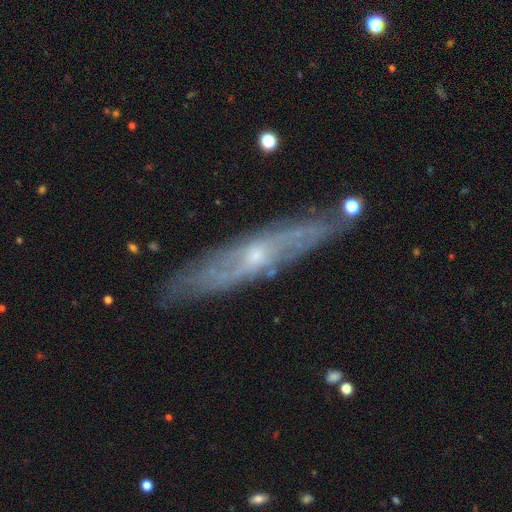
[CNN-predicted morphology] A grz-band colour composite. It shows a featured or disk galaxy (75%) viewed edge-on (56%). Merging: none (83%).